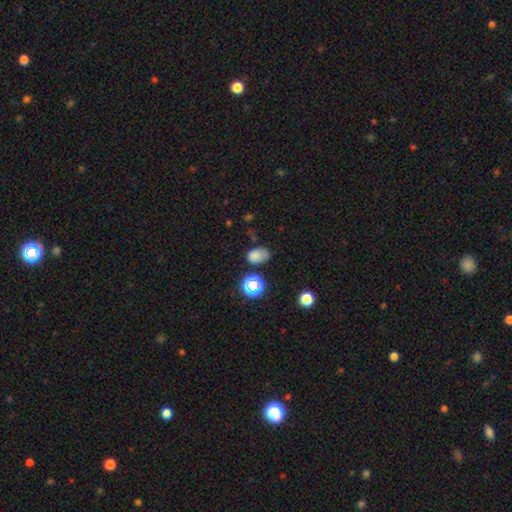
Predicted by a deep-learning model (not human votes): Smooth or featured: smooth — 72% (star or artifact — 19%)
How rounded: in between — 79% (round — 19%)
Merging: none — 56% (minor disturbance — 28%)